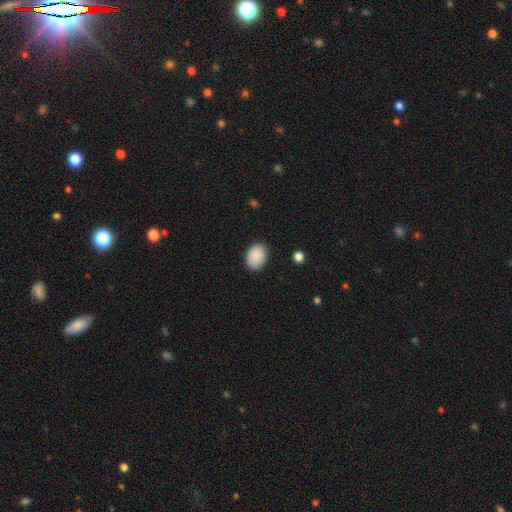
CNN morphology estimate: type=smooth (89%); roundness=in between (75%); merging=none (85%).